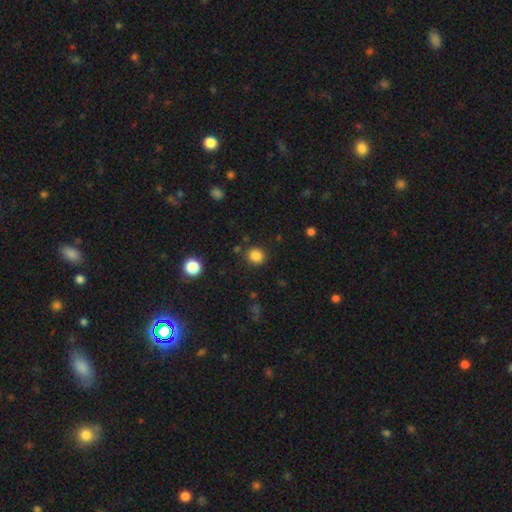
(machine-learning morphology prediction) Smooth or featured?
  - smooth: 84% *
  - star or artifact: 12%
  - featured or disk: 4%
How rounded?
  - round: 84% *
  - in between: 15%
  - cigar-shaped: 1%
Merging?
  - none: 85% *
  - minor disturbance: 8%
  - major disturbance: 3%
  - merger: 3%